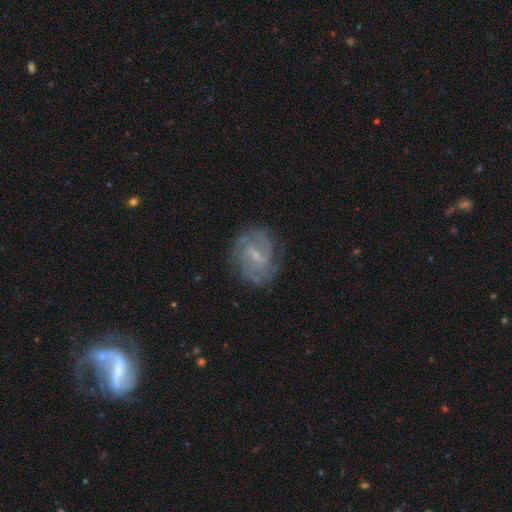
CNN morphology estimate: A featured or disk galaxy (84%) with a weak bar (62%), 2 (40%) medium (44%) spiral arms (94%) and a small central bulge (66%). Merging: none (78%).